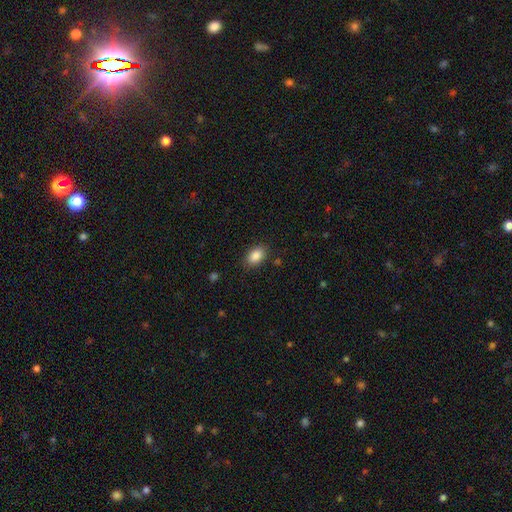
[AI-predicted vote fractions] This is clearly a smooth galaxy (87%). How rounded: clearly in between (86%). Merging: clearly none (85%).